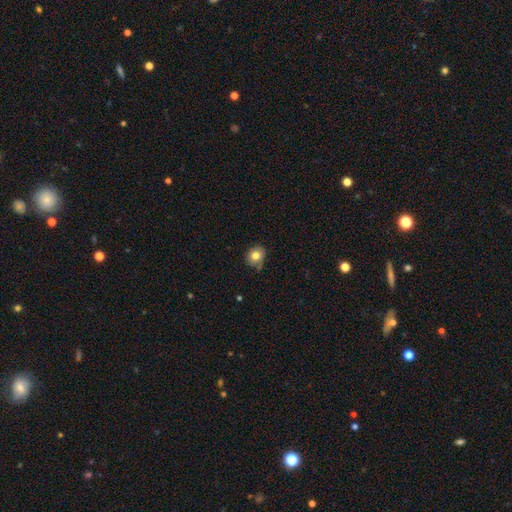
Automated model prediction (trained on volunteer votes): The model was most divided on "merging": none: 71%, minor disturbance: 22%, major disturbance: 4%, merger: 3%. More confident: smooth or featured — smooth (79%); how rounded — round (76%).